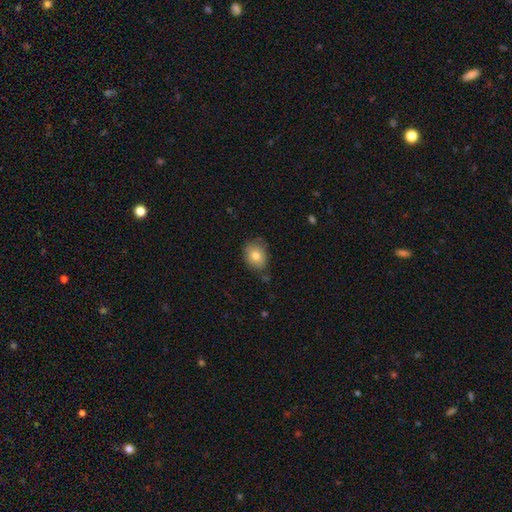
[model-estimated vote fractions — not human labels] Smooth or featured?
  - smooth: 79% *
  - featured or disk: 13%
  - star or artifact: 9%
How rounded?
  - in between: 56% *
  - round: 43%
  - cigar-shaped: 1%
Merging?
  - none: 74% *
  - minor disturbance: 20%
  - major disturbance: 4%
  - merger: 3%